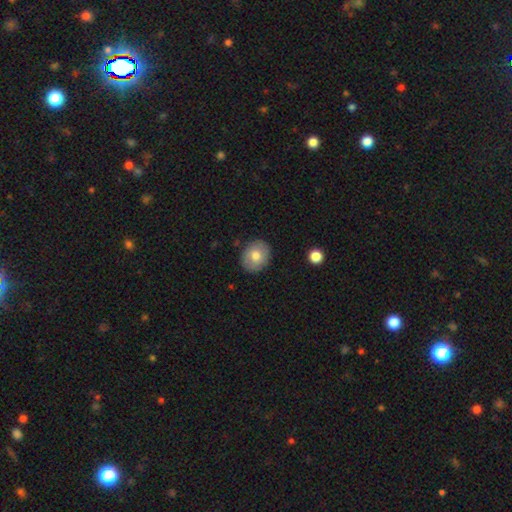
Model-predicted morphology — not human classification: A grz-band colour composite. It shows a smooth galaxy with no disk features (73%) that is round (57%). Merging: none (87%).